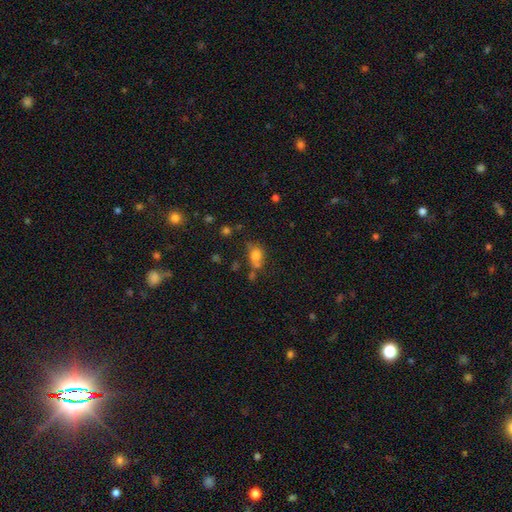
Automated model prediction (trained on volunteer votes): smooth-or-featured: smooth: 73% | star or artifact: 14% | featured or disk: 13%
  how-rounded: in between: 51% | round: 47% | cigar-shaped: 2%
  merging: none: 43% | merger: 30% | minor disturbance: 18% | major disturbance: 9%